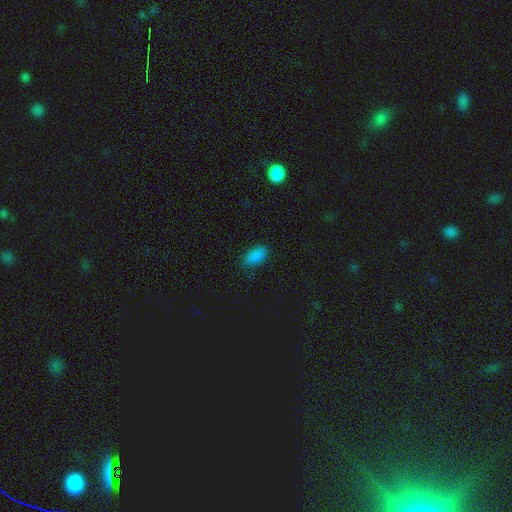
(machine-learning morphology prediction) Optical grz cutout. It shows a smooth galaxy with no disk features (85%) that is in between round and cigar-shaped (92%). Merging: none (78%).